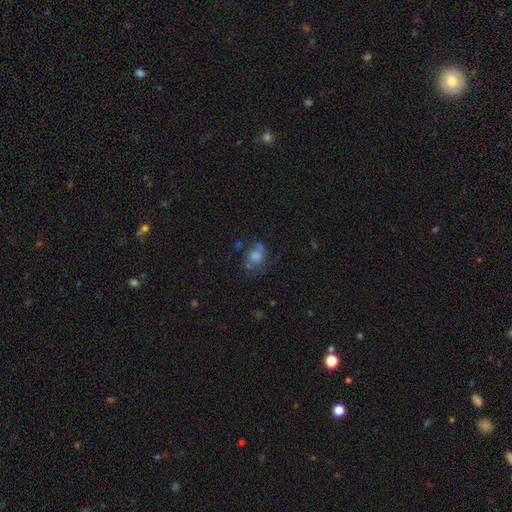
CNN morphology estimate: This is possibly a smooth galaxy (59%). How rounded: possibly round (53%). Merging: marginally none (41%).